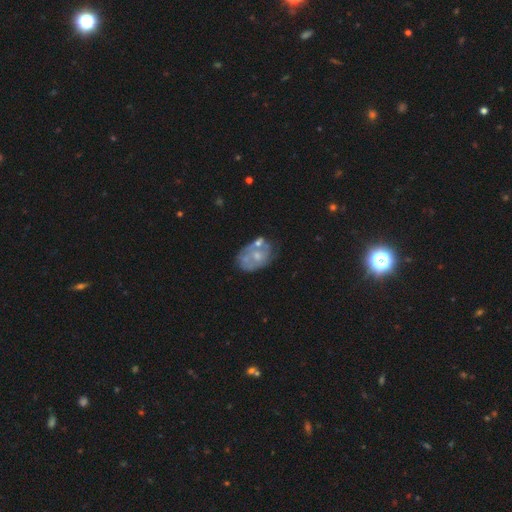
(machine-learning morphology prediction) This is likely a featured or disk galaxy (63%). It is clearly not viewed edge-on (97%). Bar: clearly no (83%). Spiral arm pattern: possibly no (57%). Central bulge: possibly small (46%). Merging: possibly none (47%).